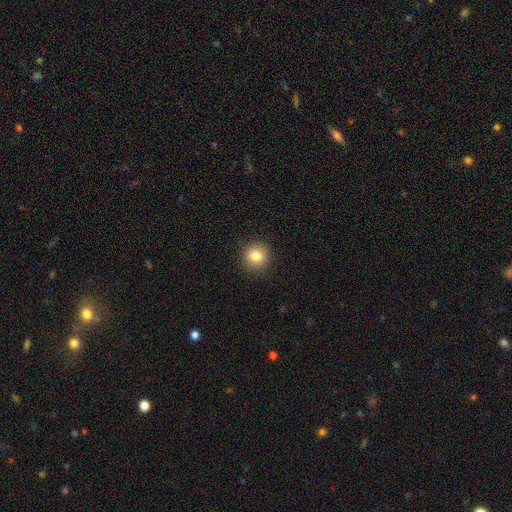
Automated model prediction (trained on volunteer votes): Smooth or featured? Predicted: smooth (p=0.82). How rounded? Predicted: round (p=0.92). Merging? Predicted: none (p=0.91).